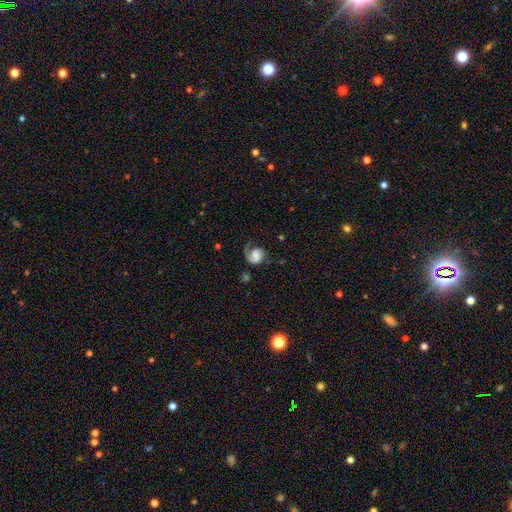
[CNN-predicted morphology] Q: Smooth or featured?
A: featured or disk (74%); runner-up: smooth (18%)
Q: Edge-on disk?
A: no (98%); runner-up: yes (2%)
Q: Bar?
A: no (47%); runner-up: weak (39%)
Q: Spiral arms?
A: yes (95%); runner-up: no (5%)
Q: Spiral winding?
A: medium (45%); runner-up: loose (28%)
Q: Spiral arm count?
A: 1 (54%); runner-up: 2 (41%)
Q: Bulge size?
A: none (31%); runner-up: small (23%)
Q: Merging?
A: none (54%); runner-up: major disturbance (24%)